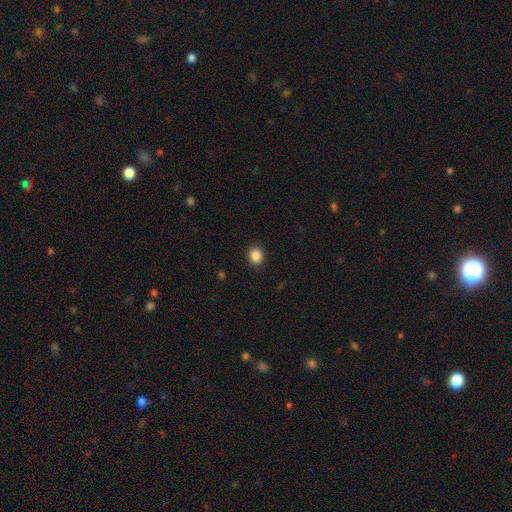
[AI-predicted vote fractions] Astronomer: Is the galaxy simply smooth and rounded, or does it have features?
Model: smooth — 87%.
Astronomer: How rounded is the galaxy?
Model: round — 78%.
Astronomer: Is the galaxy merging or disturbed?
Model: none — 91%.